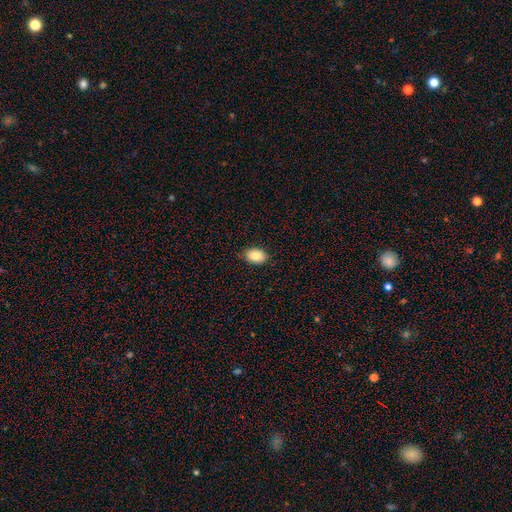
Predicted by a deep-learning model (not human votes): smooth_or_featured: smooth (p=0.84) [alt: featured or disk p=0.08]
how_rounded: in between (p=0.86) [alt: round p=0.13]
merging: none (p=0.88) [alt: minor disturbance p=0.09]